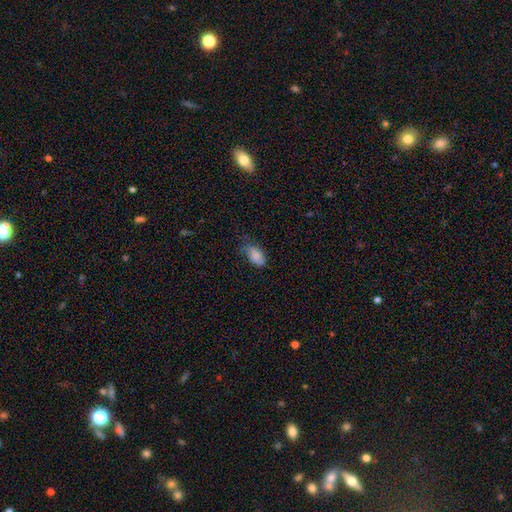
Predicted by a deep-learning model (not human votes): Smooth or featured: smooth — 80% (featured or disk — 12%)
How rounded: in between — 92% (round — 5%)
Merging: none — 47% (minor disturbance — 37%)